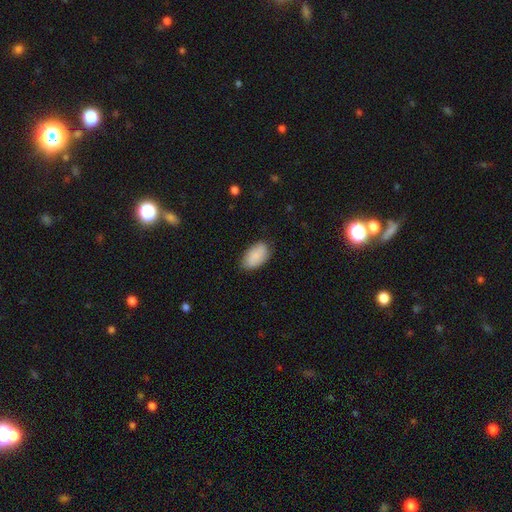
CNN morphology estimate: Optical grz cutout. It shows a smooth galaxy with no disk features (88%) that is in between round and cigar-shaped (94%). Merging: none (81%).